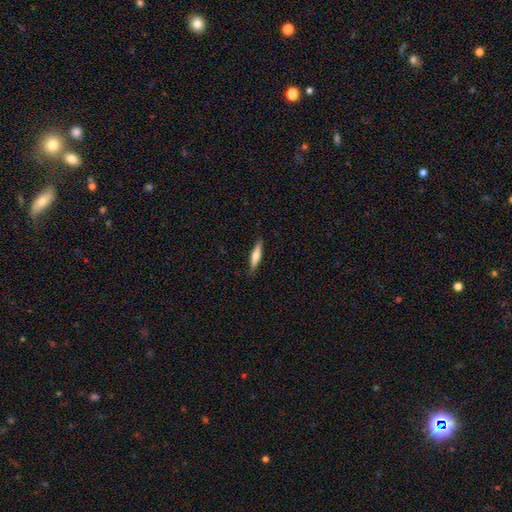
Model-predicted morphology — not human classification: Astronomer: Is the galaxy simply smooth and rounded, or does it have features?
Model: smooth — 60%.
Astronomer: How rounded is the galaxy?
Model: cigar-shaped — 78%.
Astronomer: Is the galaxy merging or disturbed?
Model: none — 85%.